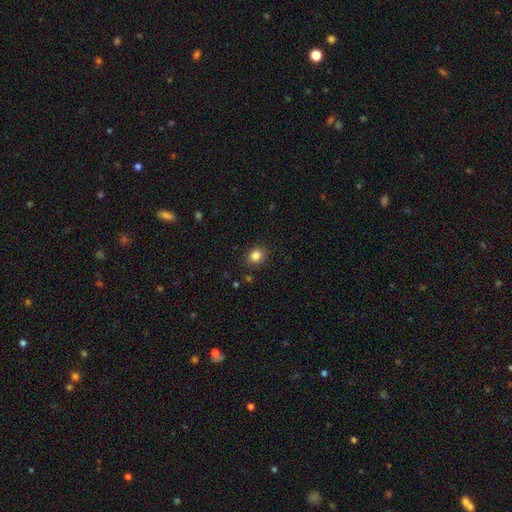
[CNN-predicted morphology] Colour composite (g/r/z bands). It shows a smooth galaxy with no disk features (84%) that is round (74%). Merging: none (88%).